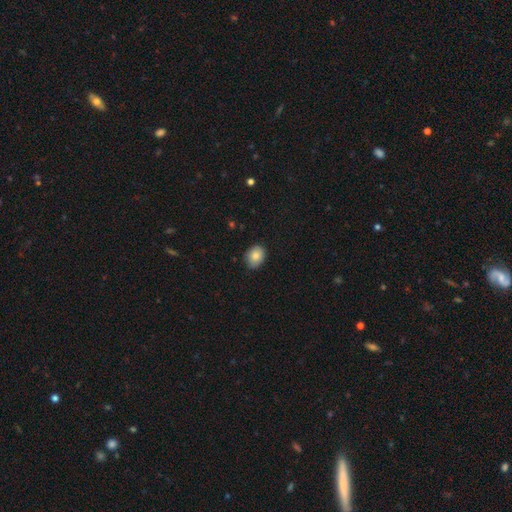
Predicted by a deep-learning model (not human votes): Smooth or featured? smooth (85%)
How rounded? in between (52%)
Merging? none (84%)